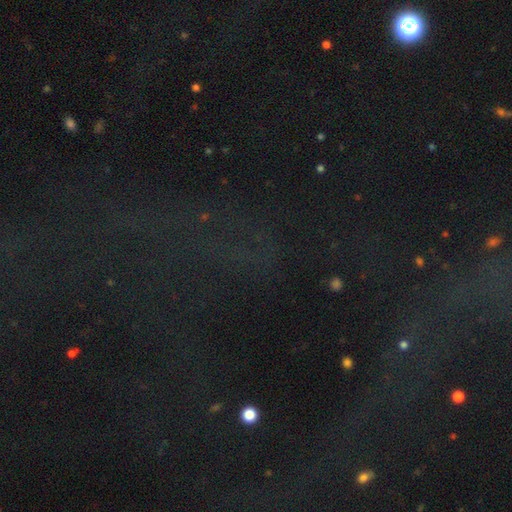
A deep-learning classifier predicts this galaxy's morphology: Smooth or featured? Predicted: star or artifact (p=0.74).